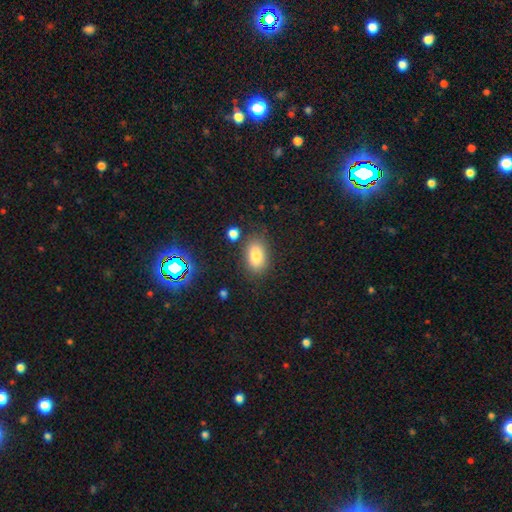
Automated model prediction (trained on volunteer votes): Overall: smooth (81%). How rounded: in between (88%). Merging: none (79%).